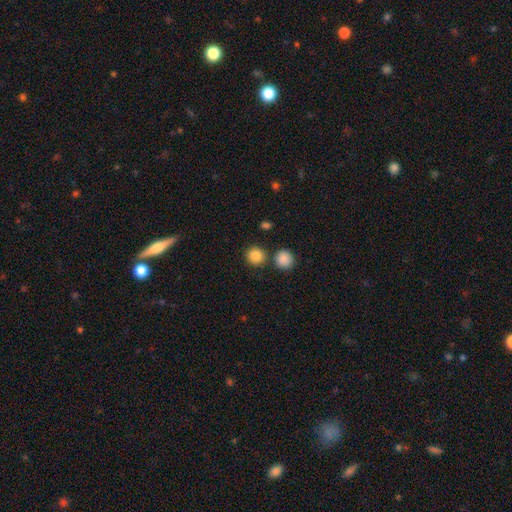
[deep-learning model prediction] Overall: smooth (85%). How rounded: round (93%). Merging: none (82%).